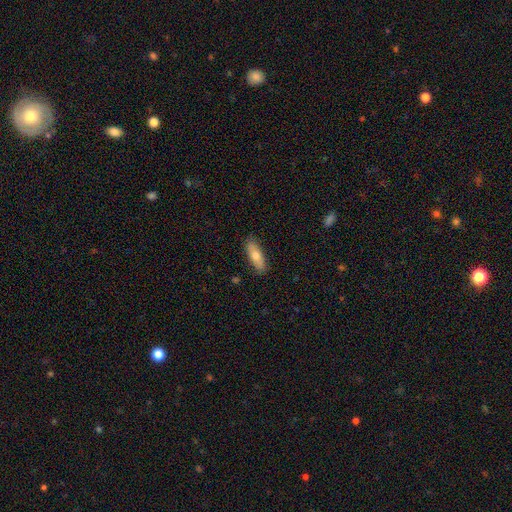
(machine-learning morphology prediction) type=smooth (69%); roundness=in between (56%); merging=none (86%).